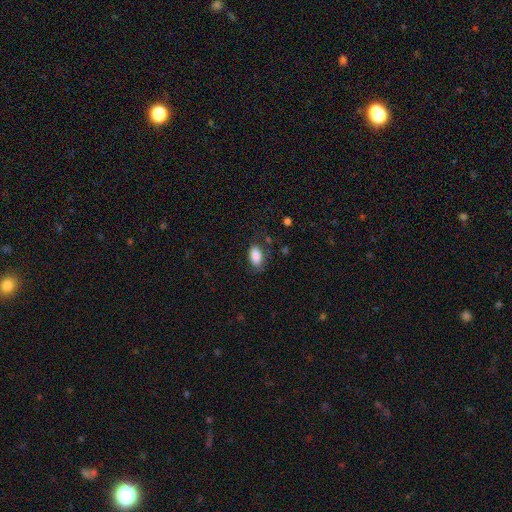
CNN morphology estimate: smooth_or_featured: smooth (p=0.88) [alt: star or artifact p=0.08]
how_rounded: in between (p=0.92) [alt: round p=0.05]
merging: none (p=0.76) [alt: minor disturbance p=0.17]